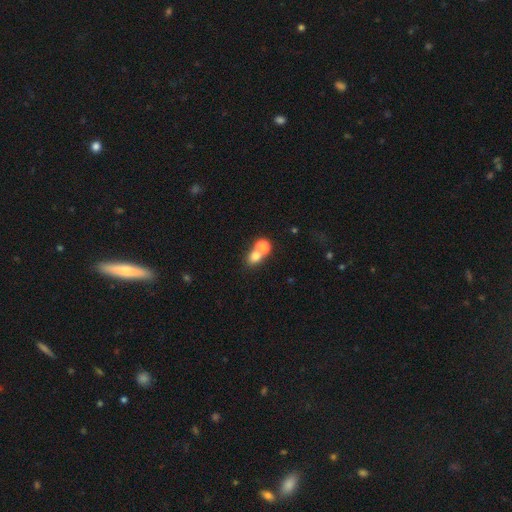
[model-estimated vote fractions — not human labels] smooth-or-featured: smooth: 73% | star or artifact: 15% | featured or disk: 12%
  how-rounded: round: 69% | in between: 30% | cigar-shaped: 1%
  merging: merger: 51% | none: 39% | minor disturbance: 6% | major disturbance: 3%